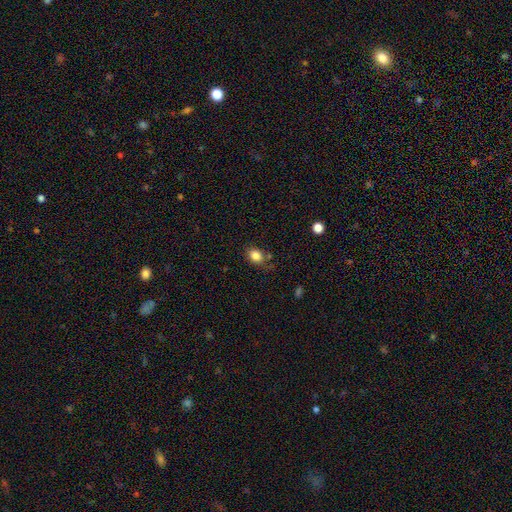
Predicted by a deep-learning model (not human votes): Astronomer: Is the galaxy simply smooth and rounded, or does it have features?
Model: smooth — 85%.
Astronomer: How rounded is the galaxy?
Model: in between — 66%.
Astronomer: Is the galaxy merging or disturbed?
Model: none — 73%.